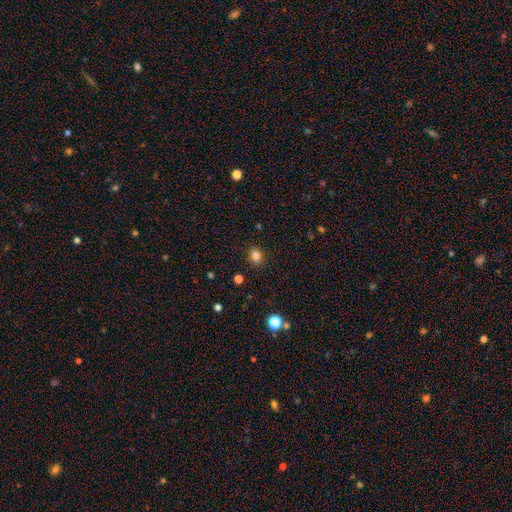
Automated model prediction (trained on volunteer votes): Smooth or featured? smooth (82%)
How rounded? round (54%)
Merging? none (87%)